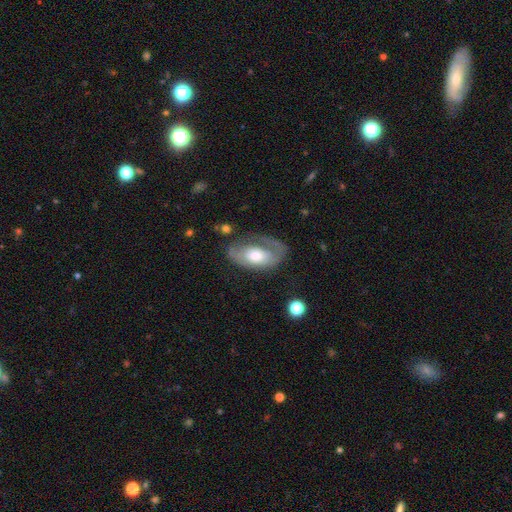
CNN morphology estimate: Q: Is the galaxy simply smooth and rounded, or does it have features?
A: featured or disk — 62%.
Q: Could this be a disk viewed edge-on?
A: no — 92%.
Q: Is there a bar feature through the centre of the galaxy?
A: no — 72%.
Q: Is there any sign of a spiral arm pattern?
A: yes — 67%.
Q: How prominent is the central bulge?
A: moderate — 55%.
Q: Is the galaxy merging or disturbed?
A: none — 50%.